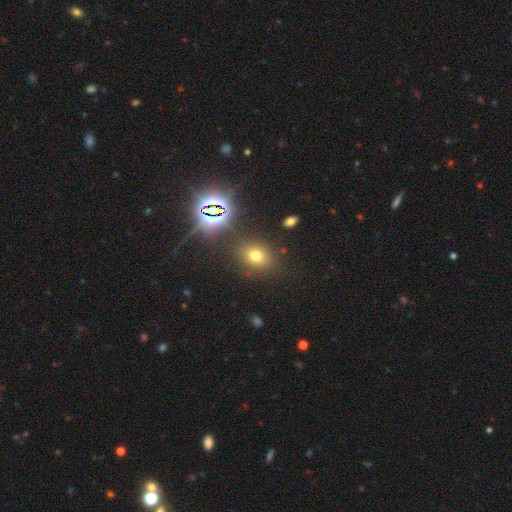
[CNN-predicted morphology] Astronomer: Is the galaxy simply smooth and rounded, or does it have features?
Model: smooth — 65%.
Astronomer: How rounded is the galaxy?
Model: round — 57% (runner-up: in between, 41%).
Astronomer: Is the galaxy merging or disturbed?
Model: none — 82%.